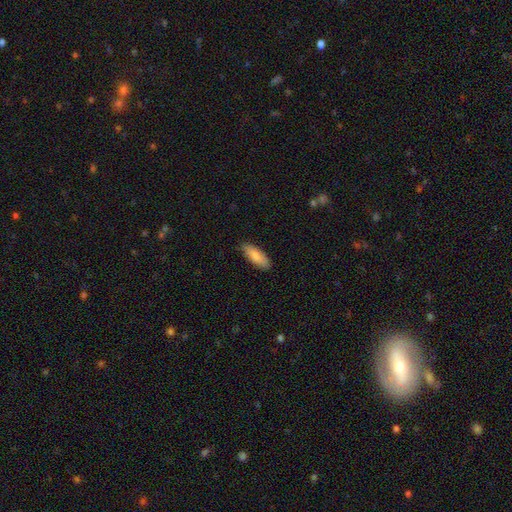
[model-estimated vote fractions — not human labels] Smooth or featured?
  - smooth: 85% *
  - featured or disk: 10%
  - star or artifact: 5%
How rounded?
  - in between: 68% *
  - cigar-shaped: 31%
  - round: 2%
Merging?
  - none: 85% *
  - minor disturbance: 12%
  - major disturbance: 2%
  - merger: 1%